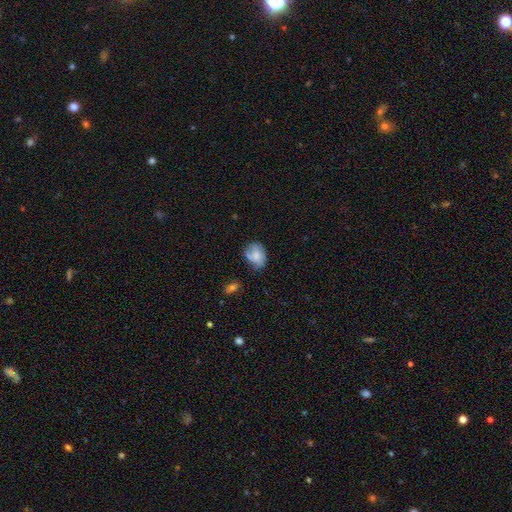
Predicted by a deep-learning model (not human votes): A smooth galaxy with no disk features (60%) that is in between round and cigar-shaped (64%).

Vote fractions:
- Smooth or featured? smooth: 60% / featured or disk: 31% / star or artifact: 9%
- How rounded? in between: 64% / round: 35% / cigar-shaped: 1%
- Merging? none: 50% / minor disturbance: 30% / major disturbance: 13% / merger: 7%